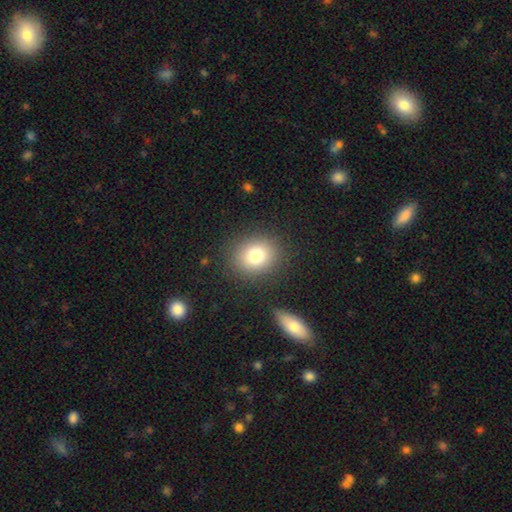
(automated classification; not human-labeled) Smooth or featured? Predicted: smooth (p=0.77). How rounded? Predicted: round (p=0.74). Merging? Predicted: none (p=0.86).